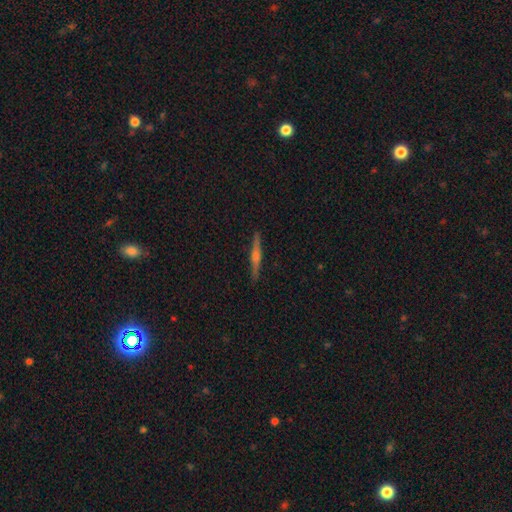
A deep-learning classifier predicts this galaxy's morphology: A featured or disk galaxy (72%) viewed edge-on (98%) with a rounded central bulge (77%). Merging: none (91%).